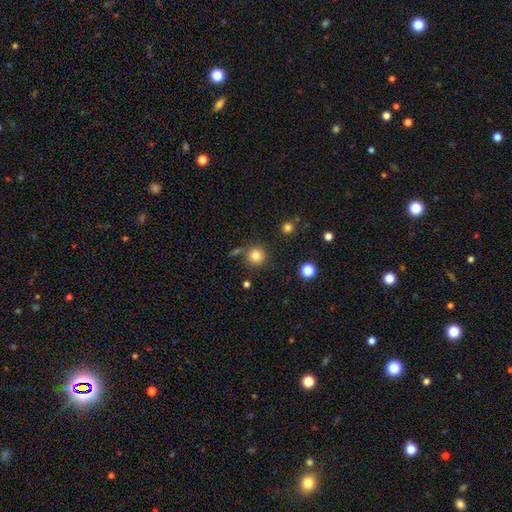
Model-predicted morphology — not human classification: This is clearly a smooth galaxy (83%). How rounded: clearly round (94%). Merging: clearly none (81%).